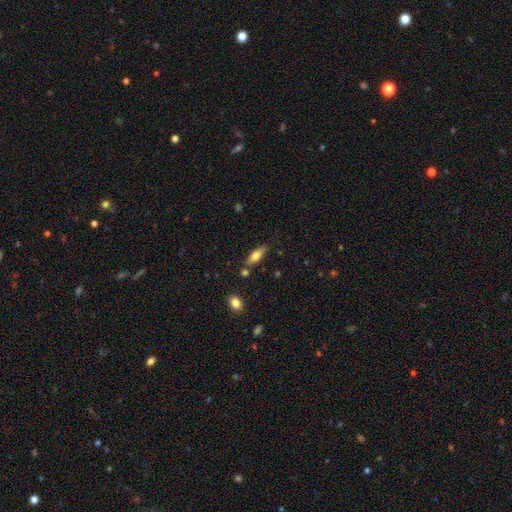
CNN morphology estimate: smooth 69%, featured or disk 24%, star or artifact 7%. Down the decision tree: how rounded — in between (51%); merging — none (75%).